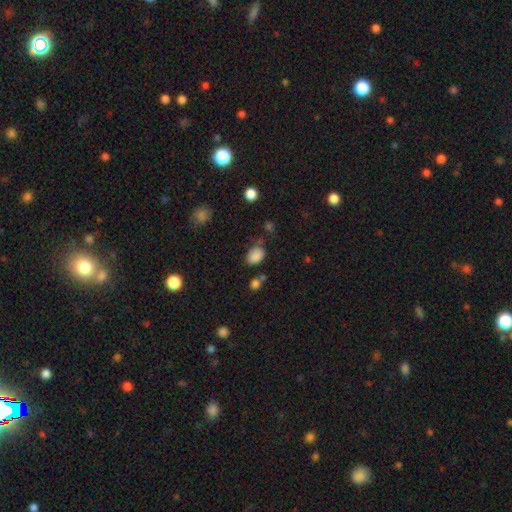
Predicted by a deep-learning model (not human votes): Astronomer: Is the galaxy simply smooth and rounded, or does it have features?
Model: smooth — 84%.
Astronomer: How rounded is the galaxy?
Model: in between — 73%.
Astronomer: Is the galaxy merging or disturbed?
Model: none — 65%.